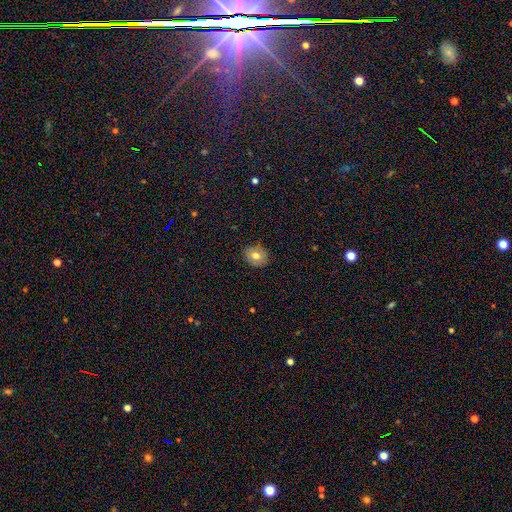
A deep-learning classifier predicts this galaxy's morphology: This appears to be a smooth galaxy with no disk features (74%) that is round (52%). Merging: none (81%).